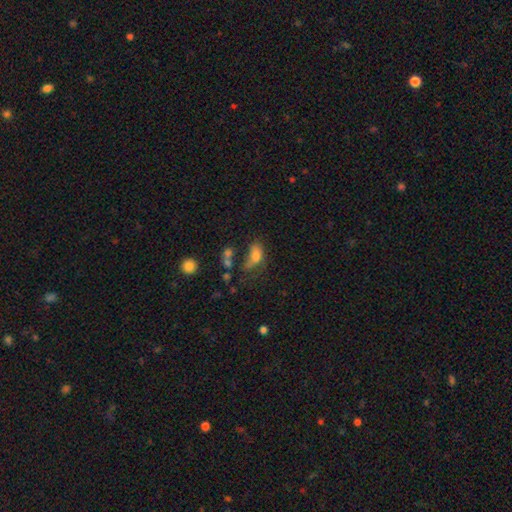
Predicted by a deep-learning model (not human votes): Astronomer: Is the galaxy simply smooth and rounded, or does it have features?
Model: smooth — 70%.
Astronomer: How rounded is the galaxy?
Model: in between — 84%.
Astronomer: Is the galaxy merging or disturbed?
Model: major disturbance — 31% (runner-up: none, 29%).